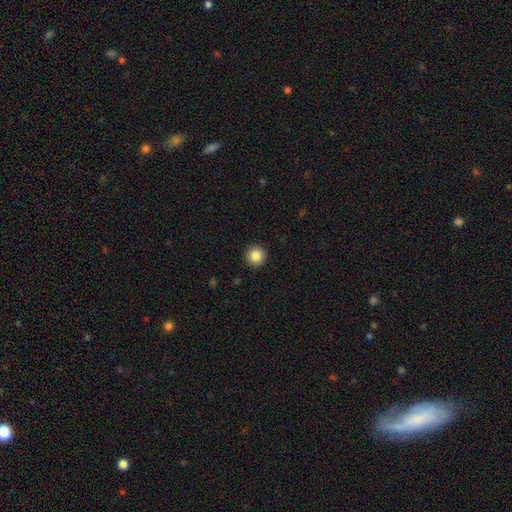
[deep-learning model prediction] Overall: smooth (85%). How rounded: round (95%). Merging: none (93%).